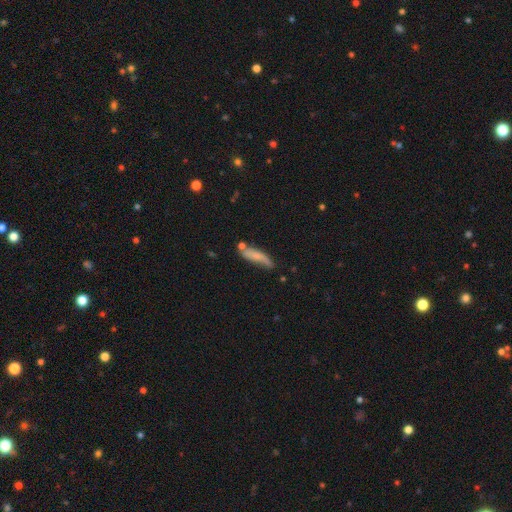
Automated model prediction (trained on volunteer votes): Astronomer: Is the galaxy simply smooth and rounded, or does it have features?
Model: smooth — 64%.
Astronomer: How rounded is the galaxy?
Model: cigar-shaped — 63%.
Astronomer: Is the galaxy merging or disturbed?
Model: none — 48% (runner-up: minor disturbance, 30%).